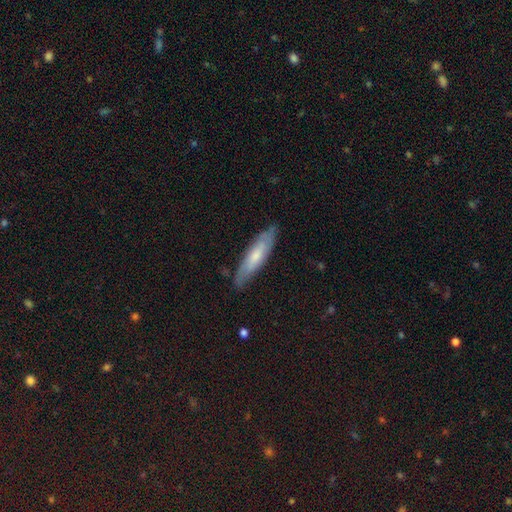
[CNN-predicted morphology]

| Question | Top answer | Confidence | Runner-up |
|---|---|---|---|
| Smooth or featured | smooth | 54% | featured or disk (40%) |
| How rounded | cigar-shaped | 74% | in between (25%) |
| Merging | none | 80% | minor disturbance (16%) |